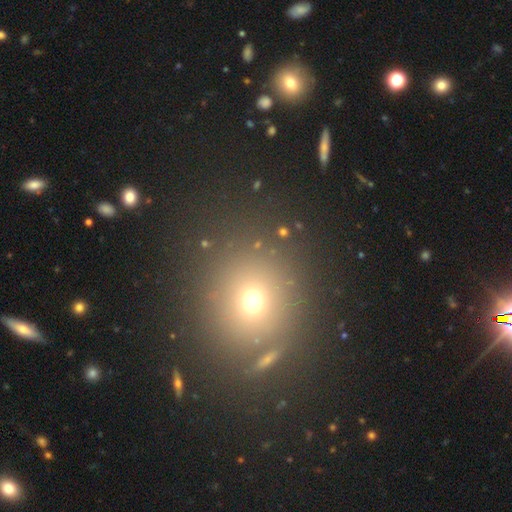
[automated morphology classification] smooth_or_featured: smooth (p=0.57) [alt: star or artifact p=0.32]
how_rounded: round (p=0.80) [alt: in between p=0.19]
merging: none (p=0.85) [alt: minor disturbance p=0.08]